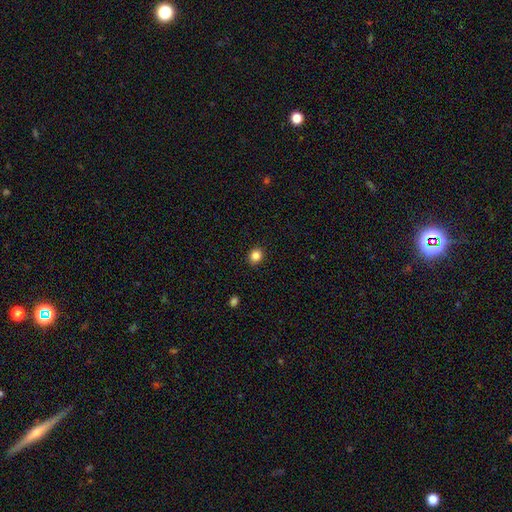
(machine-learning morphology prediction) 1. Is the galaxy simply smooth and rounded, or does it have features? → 85% smooth, 11% star or artifact, 4% featured or disk.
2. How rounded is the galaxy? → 70% round, 29% in between, 1% cigar-shaped.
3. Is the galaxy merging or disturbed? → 91% none, 6% minor disturbance, 2% major disturbance, 1% merger.